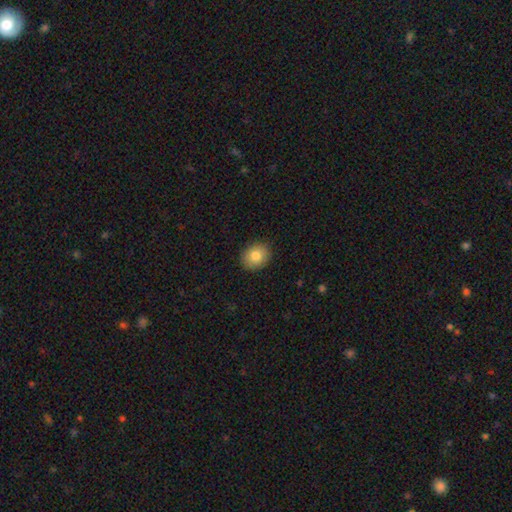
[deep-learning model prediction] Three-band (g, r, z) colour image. It shows a smooth galaxy with no disk features (81%) that is round (61%). Merging: none (89%).